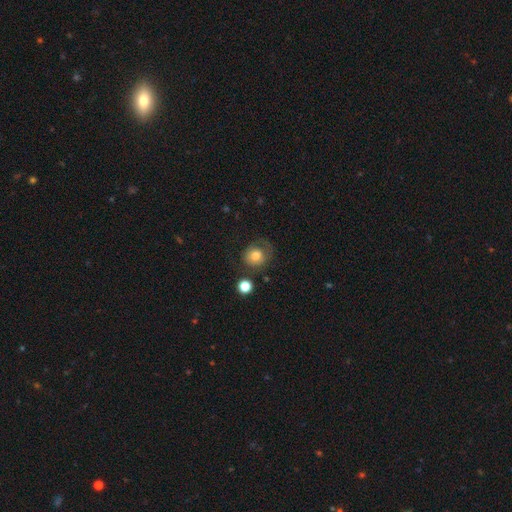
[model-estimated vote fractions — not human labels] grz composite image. It shows a smooth galaxy with no disk features (74%) that is round (81%). Merging: none (58%).